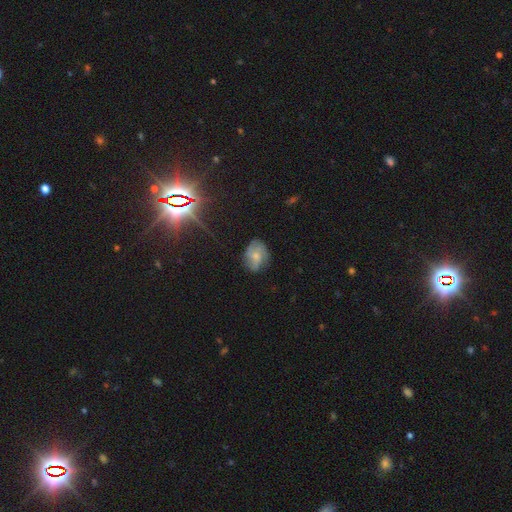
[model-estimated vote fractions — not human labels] This appears to be a featured or disk galaxy (51%). Merging: none (68%).